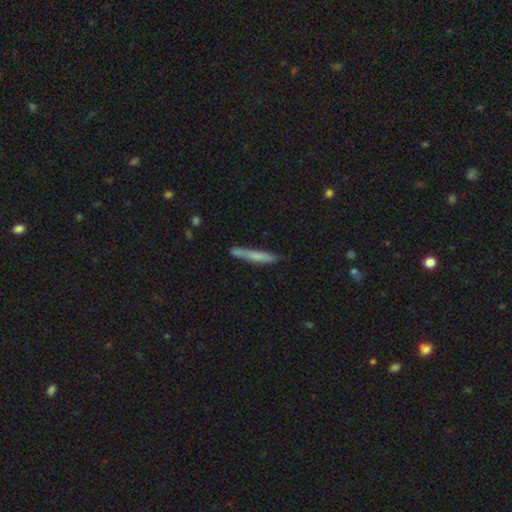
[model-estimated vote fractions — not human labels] Overall: smooth (66%; featured or disk 27%). How rounded: cigar-shaped (95%). Merging: none (77%).